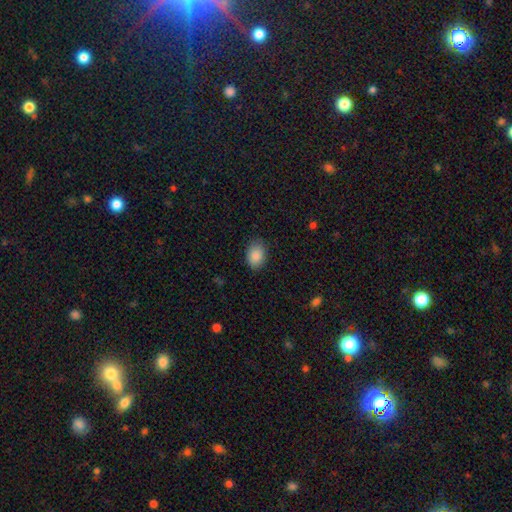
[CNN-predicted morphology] Smooth or featured? smooth (88%)
How rounded? in between (77%)
Merging? none (85%)